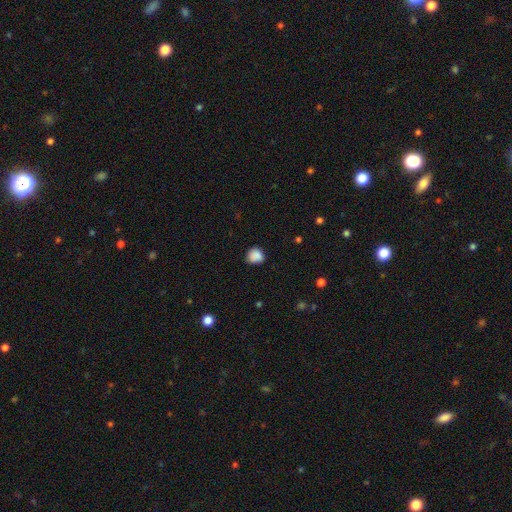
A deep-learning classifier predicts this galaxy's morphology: This appears to be a smooth galaxy with no disk features (86%) that is round (81%). Merging: none (72%).